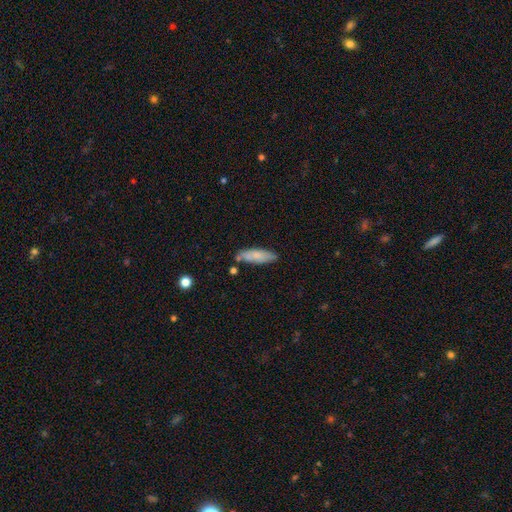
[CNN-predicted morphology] This appears to be a smooth galaxy with no disk features (78%) that is in between round and cigar-shaped (51%). Merging: none (74%).